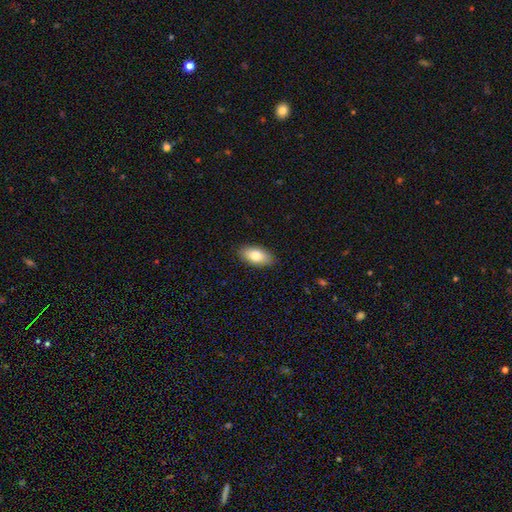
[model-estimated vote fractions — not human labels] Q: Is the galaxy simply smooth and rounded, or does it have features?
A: smooth — 80%.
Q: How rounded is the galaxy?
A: in between — 91%.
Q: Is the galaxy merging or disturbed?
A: none — 88%.